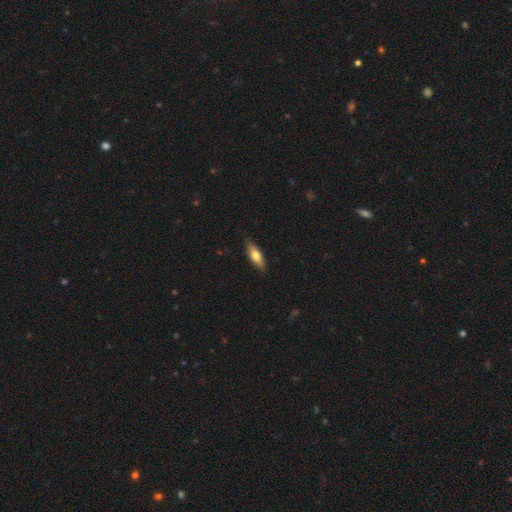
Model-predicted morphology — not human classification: Smooth or featured: smooth — 66% (featured or disk — 28%)
How rounded: in between — 53% (cigar-shaped — 44%)
Merging: none — 87% (minor disturbance — 10%)